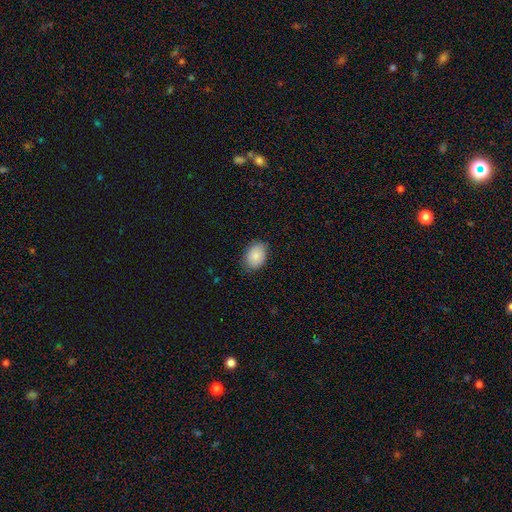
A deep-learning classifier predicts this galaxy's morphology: Smooth or featured? smooth (87%)
How rounded? in between (72%)
Merging? none (82%)